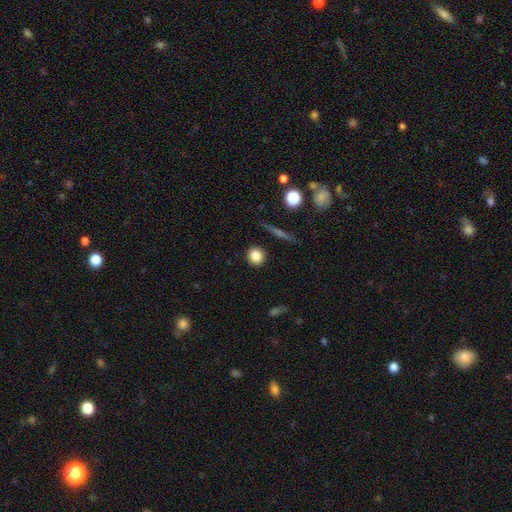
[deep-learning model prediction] Smooth or featured: smooth — 83% (star or artifact — 10%)
How rounded: round — 90% (in between — 8%)
Merging: none — 90% (minor disturbance — 6%)